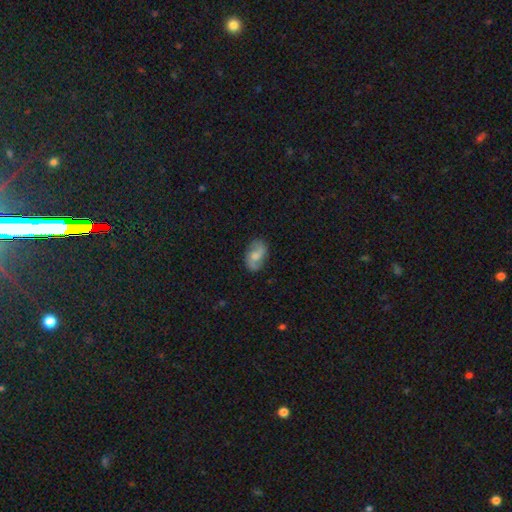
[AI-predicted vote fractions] Overall: featured or disk (53%; smooth 39%). Edge-on disk: no (96%). Bar: no (54%; weak 39%). Spiral arms: yes (85%). Bulge size: moderate (50%; small 22%). Merging: none (75%).